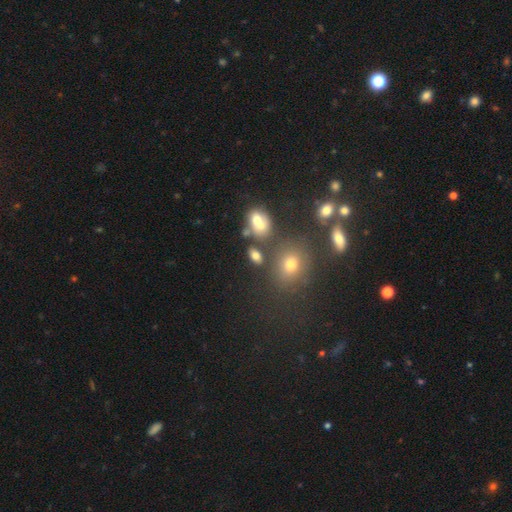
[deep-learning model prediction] Q: Smooth or featured?
A: smooth (73%); runner-up: star or artifact (15%)
Q: How rounded?
A: in between (79%); runner-up: round (17%)
Q: Merging?
A: none (67%); runner-up: merger (16%)